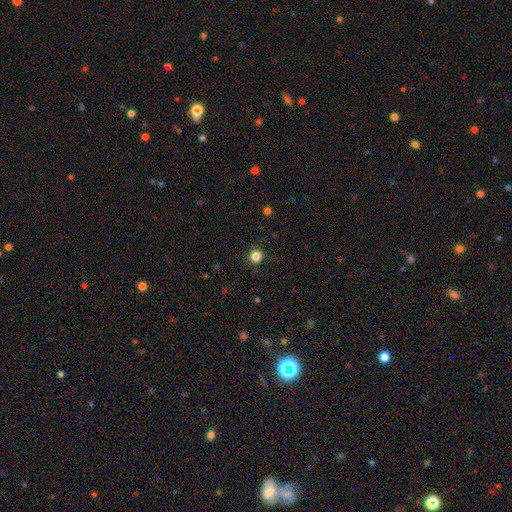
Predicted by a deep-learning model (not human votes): Morphology: type=smooth (84%); roundness=round (93%); merging=none (87%).